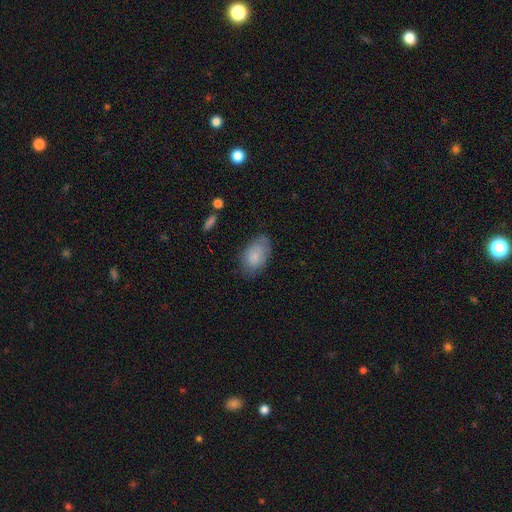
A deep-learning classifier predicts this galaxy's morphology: A smooth galaxy with no disk features (81%) that is in between round and cigar-shaped (92%). Merging: none (68%).